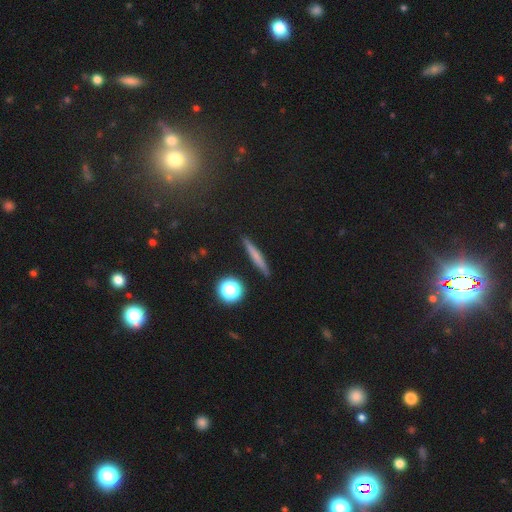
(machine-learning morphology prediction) Smooth or featured? Predicted: smooth (p=0.59). How rounded? Predicted: cigar-shaped (p=0.89). Merging? Predicted: none (p=0.89).